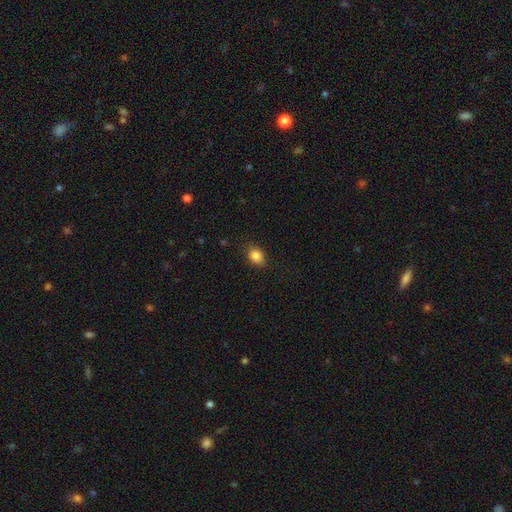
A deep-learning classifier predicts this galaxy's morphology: smooth_or_featured: smooth (p=0.85) [alt: star or artifact p=0.09]
how_rounded: in between (p=0.65) [alt: round p=0.34]
merging: none (p=0.83) [alt: minor disturbance p=0.13]